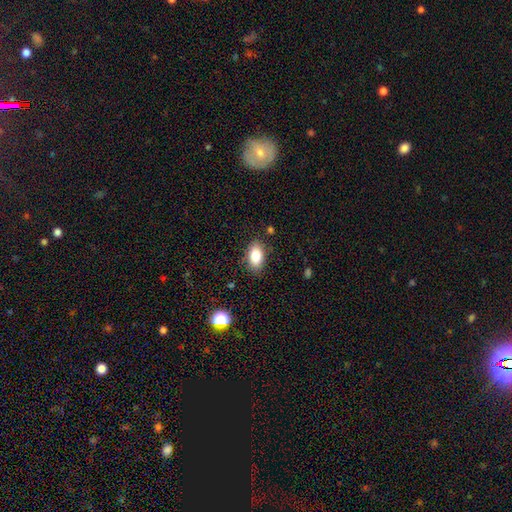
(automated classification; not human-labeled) The model was most divided on "merging": none: 85%, minor disturbance: 11%, major disturbance: 3%, merger: 1%. More confident: how rounded — in between (91%); smooth or featured — smooth (83%).